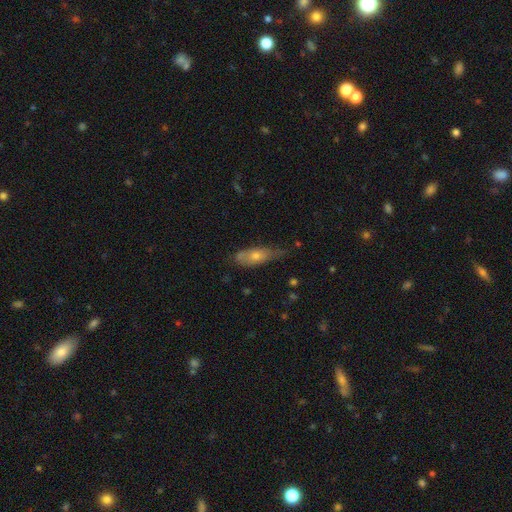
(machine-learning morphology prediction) A smooth galaxy with no disk features (56%) that is in between round and cigar-shaped (54%).

Vote fractions:
- Smooth or featured? smooth: 56% / featured or disk: 36% / star or artifact: 8%
- How rounded? in between: 54% / cigar-shaped: 43% / round: 3%
- Merging? none: 49% / minor disturbance: 37% / major disturbance: 11% / merger: 3%